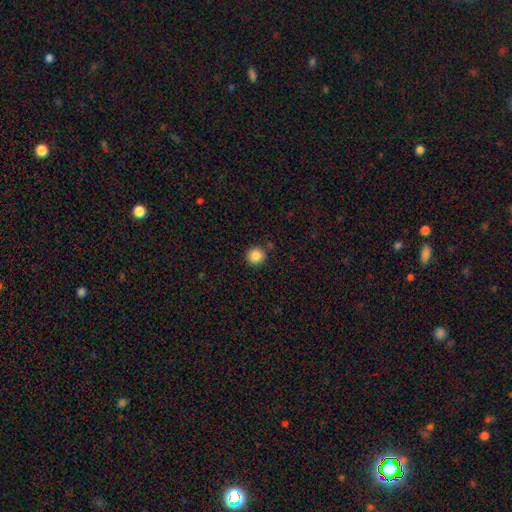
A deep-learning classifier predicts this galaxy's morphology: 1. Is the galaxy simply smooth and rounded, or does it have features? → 86% smooth, 10% star or artifact, 4% featured or disk.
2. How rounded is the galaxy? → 94% round, 5% in between, 1% cigar-shaped.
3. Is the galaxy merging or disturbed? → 88% none, 7% minor disturbance, 3% merger, 2% major disturbance.